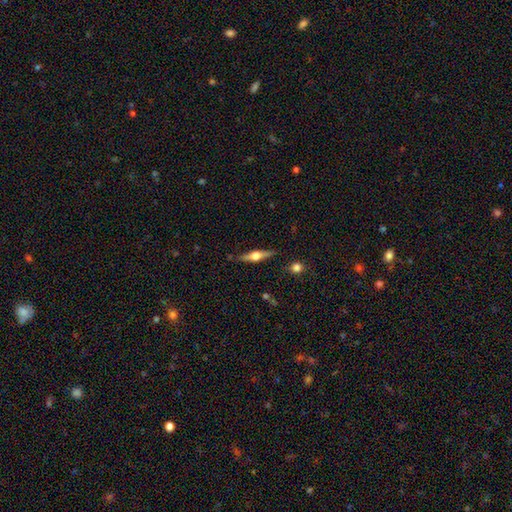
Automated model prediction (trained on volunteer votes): Morphology: type=featured or disk (69%); edge-on=yes (97%); edge-on bulge=rounded (93%); merging=none (85%).